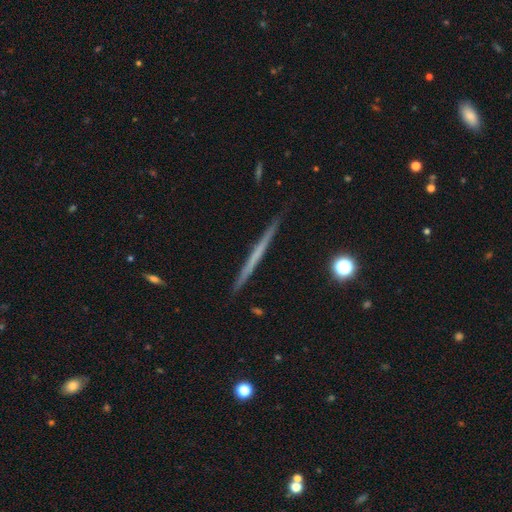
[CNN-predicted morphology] smooth_or_featured: featured or disk (p=0.56) [alt: smooth p=0.39]
disk_edge_on: yes (p=0.98) [alt: no p=0.02]
edge_on_bulge: none (p=0.92) [alt: rounded p=0.05]
merging: none (p=0.91) [alt: minor disturbance p=0.06]